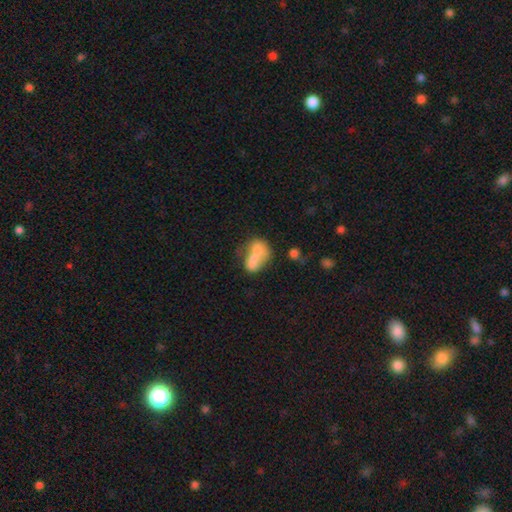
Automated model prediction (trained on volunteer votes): Smooth or featured? smooth (67%)
How rounded? in between (76%)
Merging? merger (61%)